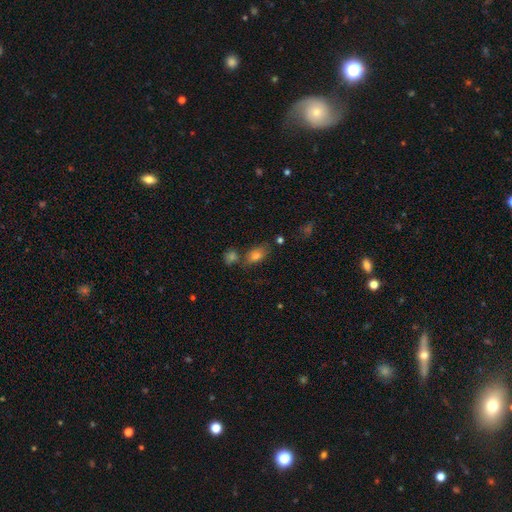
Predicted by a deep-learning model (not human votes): Smooth or featured: smooth — 78% (featured or disk — 11%)
How rounded: in between — 85% (round — 11%)
Merging: none — 62% (merger — 18%)